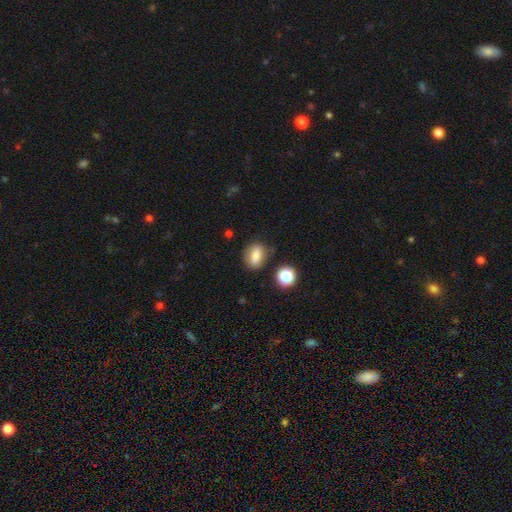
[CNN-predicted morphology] A smooth galaxy with no disk features (76%) that is in between round and cigar-shaped (71%).

Vote fractions:
- Smooth or featured? smooth: 76% / featured or disk: 13% / star or artifact: 11%
- How rounded? in between: 71% / round: 24% / cigar-shaped: 5%
- Merging? none: 74% / minor disturbance: 17% / major disturbance: 5% / merger: 5%